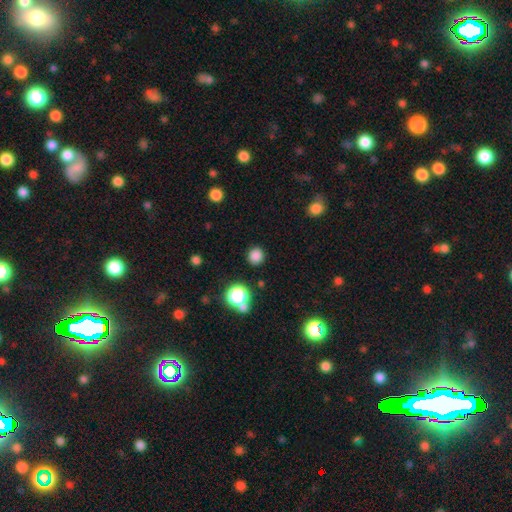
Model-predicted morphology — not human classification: This appears to be a smooth galaxy with no disk features (82%) that is round (91%). Merging: none (88%).